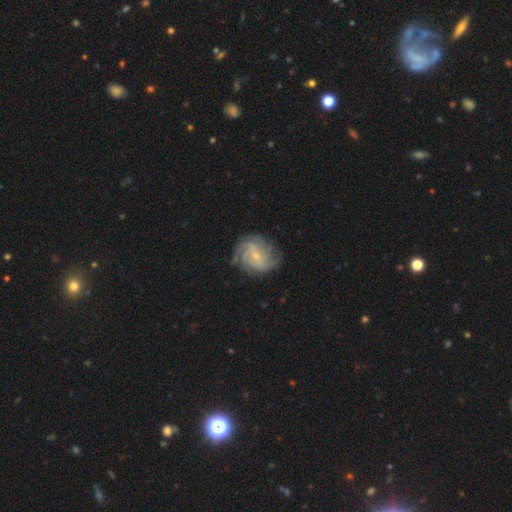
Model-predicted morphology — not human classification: Q: Smooth or featured?
A: featured or disk (79%); runner-up: smooth (14%)
Q: Edge-on disk?
A: no (97%); runner-up: yes (3%)
Q: Bar?
A: weak (46%); runner-up: no (42%)
Q: Spiral arms?
A: yes (93%); runner-up: no (7%)
Q: Spiral winding?
A: tight (43%); runner-up: medium (39%)
Q: Spiral arm count?
A: can't tell (33%); runner-up: 2 (20%)
Q: Bulge size?
A: small (73%); runner-up: moderate (22%)
Q: Merging?
A: none (70%); runner-up: minor disturbance (19%)